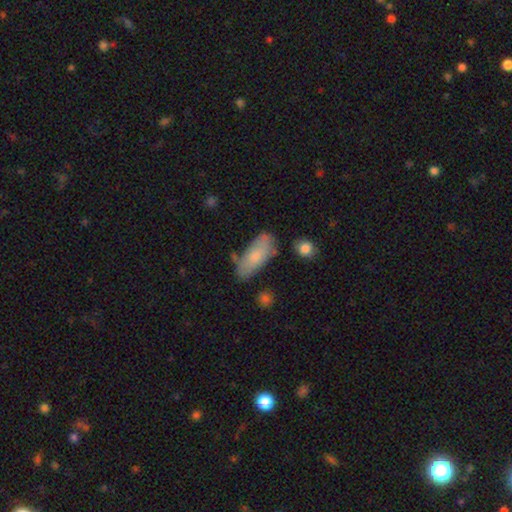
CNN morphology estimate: Smooth or featured: smooth — 74% (featured or disk — 20%)
How rounded: in between — 80% (cigar-shaped — 18%)
Merging: none — 65% (minor disturbance — 24%)